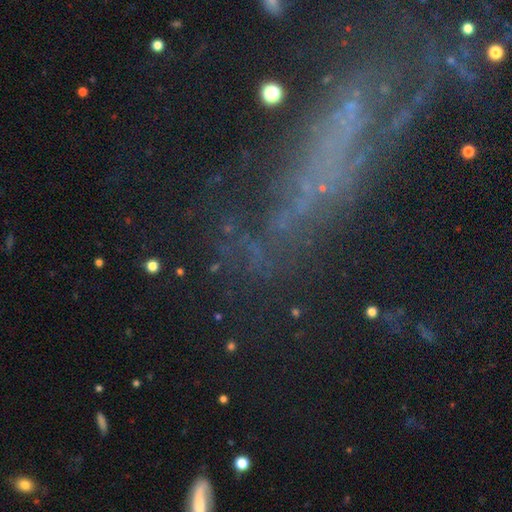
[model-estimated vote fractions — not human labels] Smooth or featured? Predicted: star or artifact (p=0.39).